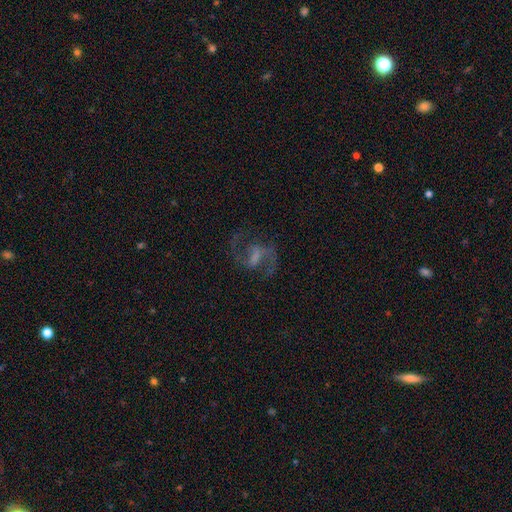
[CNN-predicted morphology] Smooth or featured?
  - featured or disk: 83% *
  - smooth: 9%
  - star or artifact: 9%
Edge-on disk?
  - no: 97% *
  - yes: 3%
Bar?
  - weak: 46% *
  - strong: 41%
  - no: 13%
Spiral arms?
  - yes: 95% *
  - no: 5%
Spiral winding?
  - medium: 55% *
  - loose: 36%
  - tight: 9%
Spiral arm count?
  - 2: 92% *
  - can't tell: 3%
  - 1: 2%
  - 3: 1%
  - 4: 1%
  - more than 4: 1%
Bulge size?
  - none: 42% *
  - small: 24%
  - moderate: 22%
  - large: 9%
  - dominant: 1%
Merging?
  - none: 74% *
  - minor disturbance: 12%
  - major disturbance: 12%
  - merger: 2%